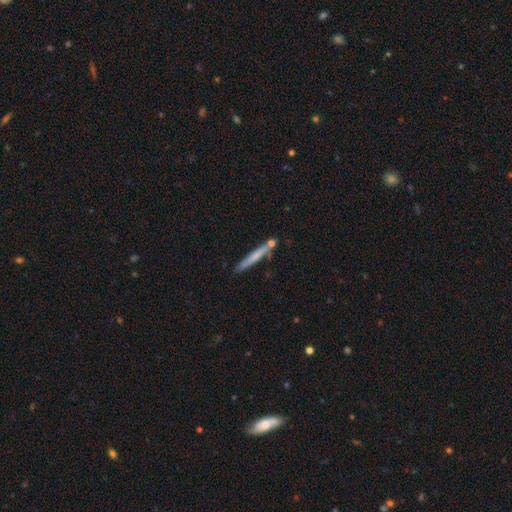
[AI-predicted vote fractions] Smooth or featured? smooth (61%)
How rounded? cigar-shaped (96%)
Merging? none (75%)